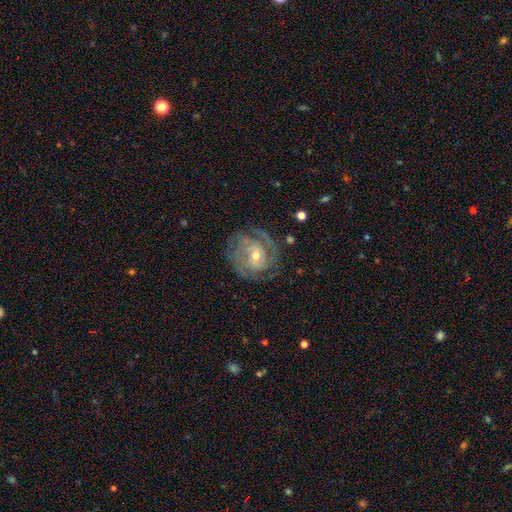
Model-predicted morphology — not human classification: Overall: featured or disk (87%). Edge-on disk: no (97%). Bar: no (55%; weak 35%). Spiral arms: yes (96%). Spiral arm count: 2 (39%; 3 23%). Spiral winding: tight (65%; medium 29%). Bulge size: moderate (52%; small 45%). Merging: none (74%).